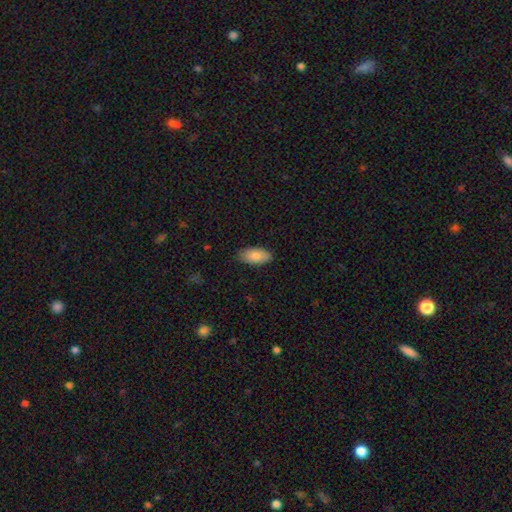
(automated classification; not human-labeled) smooth_or_featured: smooth (p=0.86) [alt: featured or disk p=0.08]
how_rounded: in between (p=0.93) [alt: cigar-shaped p=0.04]
merging: none (p=0.84) [alt: minor disturbance p=0.13]